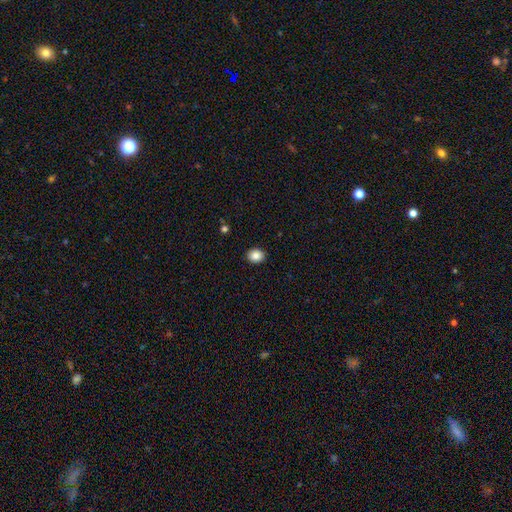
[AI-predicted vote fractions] A smooth galaxy with no disk features (87%) that is round (59%). Merging: none (91%).